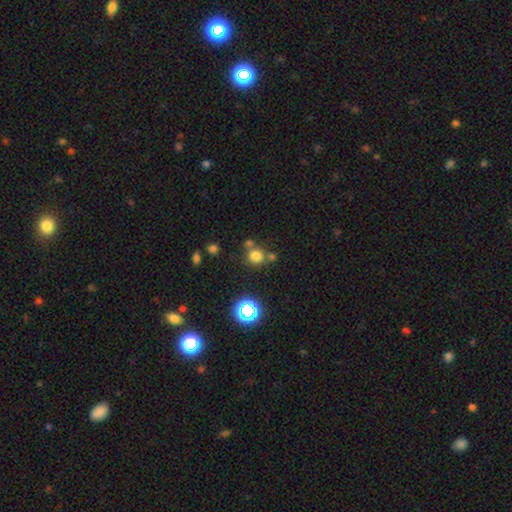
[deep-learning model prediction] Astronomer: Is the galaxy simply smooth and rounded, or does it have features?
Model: smooth — 73%.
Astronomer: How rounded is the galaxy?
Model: round — 88%.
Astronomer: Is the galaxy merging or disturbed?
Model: none — 63%.